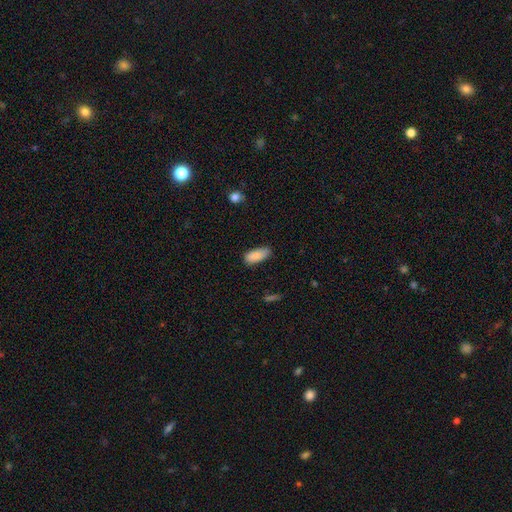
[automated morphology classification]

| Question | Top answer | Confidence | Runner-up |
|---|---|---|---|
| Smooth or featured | smooth | 88% | star or artifact (7%) |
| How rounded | in between | 84% | cigar-shaped (14%) |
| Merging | none | 73% | minor disturbance (22%) |